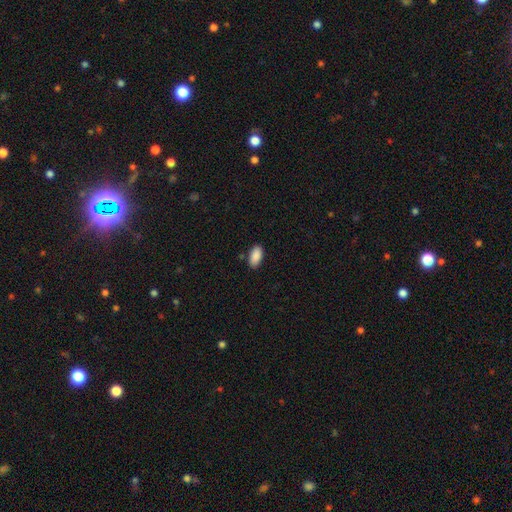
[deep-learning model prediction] The model was most divided on "merging": none: 85%, minor disturbance: 10%, major disturbance: 2%, merger: 2%. More confident: how rounded — in between (94%); smooth or featured — smooth (90%).